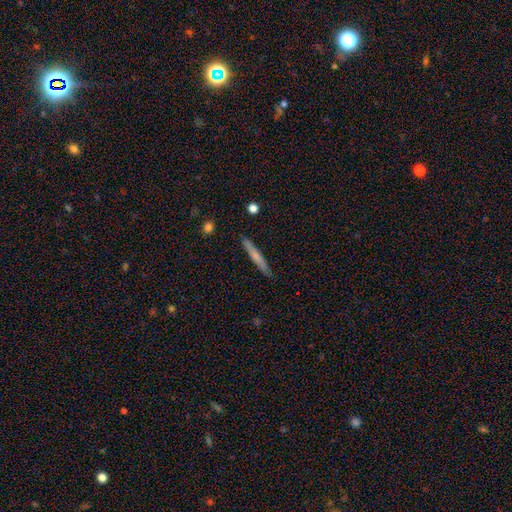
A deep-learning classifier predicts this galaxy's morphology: Overall: smooth (58%; featured or disk 36%). How rounded: cigar-shaped (96%). Merging: none (89%).